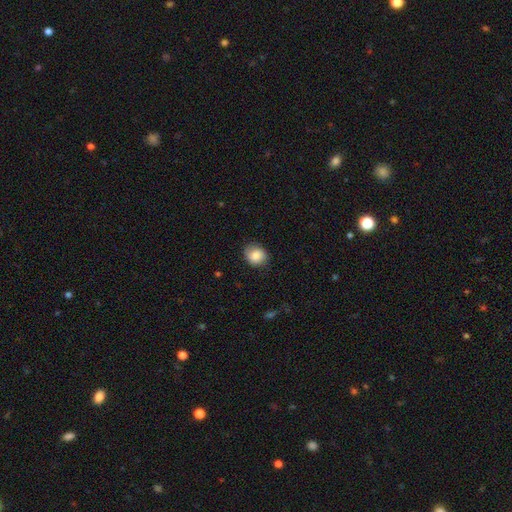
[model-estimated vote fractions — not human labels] Overall: smooth (83%). How rounded: round (72%). Merging: none (78%).